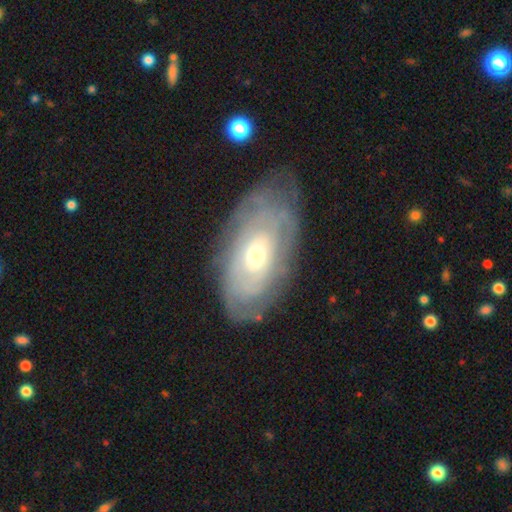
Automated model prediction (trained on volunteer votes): Smooth or featured? featured or disk (73%)
Edge-on disk? no (92%)
Bar? no (75%)
Spiral arms? yes (76%)
Spiral winding? tight (78%)
Spiral arm count? can't tell (68%)
Bulge size? moderate (54%)
Merging? none (73%)